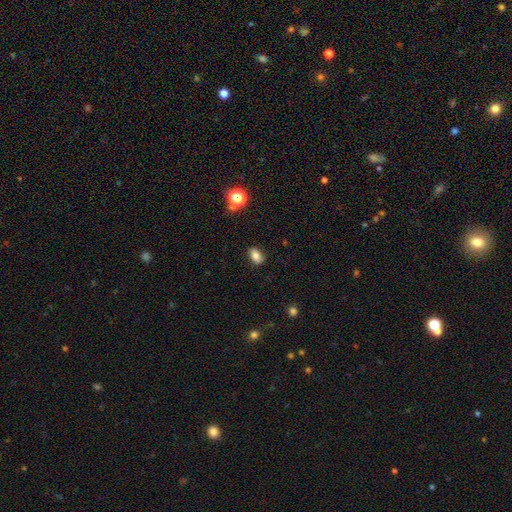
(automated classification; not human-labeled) smooth_or_featured: smooth (p=0.74) [alt: featured or disk p=0.13]
how_rounded: in between (p=0.84) [alt: round p=0.13]
merging: none (p=0.83) [alt: minor disturbance p=0.13]